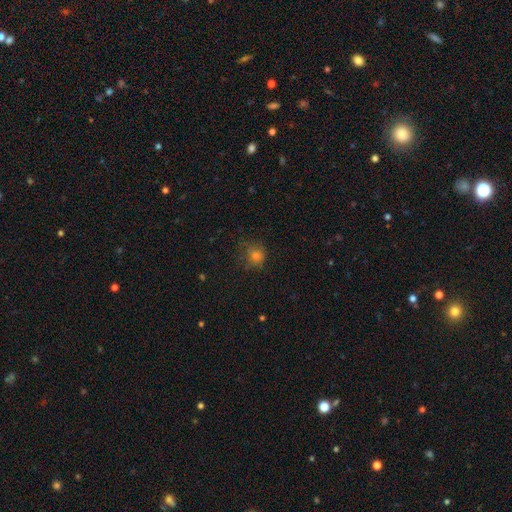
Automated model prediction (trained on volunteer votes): smooth 68%, star or artifact 20%, featured or disk 13%. Down the decision tree: how rounded — round (83%); merging — none (66%).